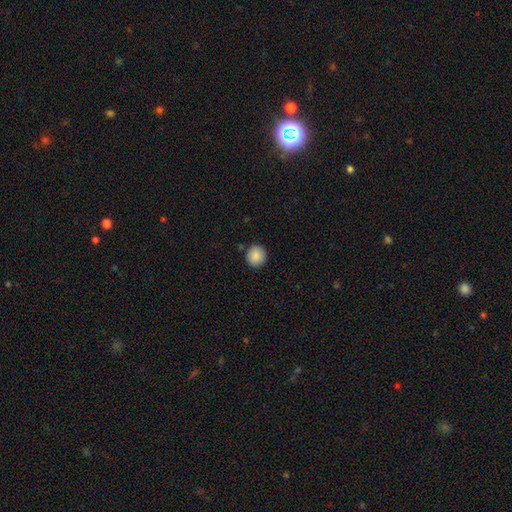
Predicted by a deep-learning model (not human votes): This is clearly a smooth galaxy (88%). How rounded: clearly round (92%). Merging: clearly none (89%).